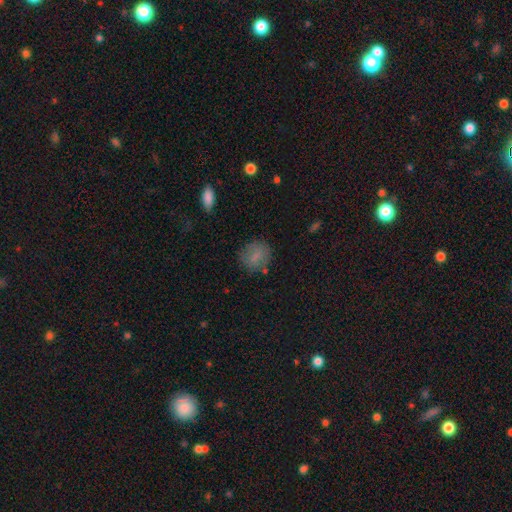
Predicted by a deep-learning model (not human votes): This is likely a smooth galaxy (77%). How rounded: likely round (73%). Merging: likely none (74%).